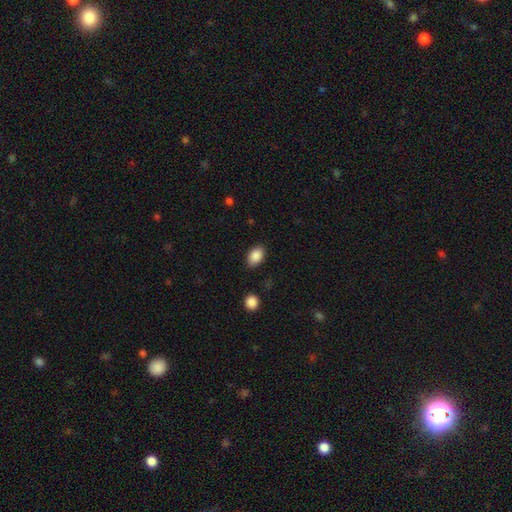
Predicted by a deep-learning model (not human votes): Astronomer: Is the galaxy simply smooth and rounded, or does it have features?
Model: smooth — 88%.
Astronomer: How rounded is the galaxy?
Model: in between — 87%.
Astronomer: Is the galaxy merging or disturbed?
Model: none — 84%.